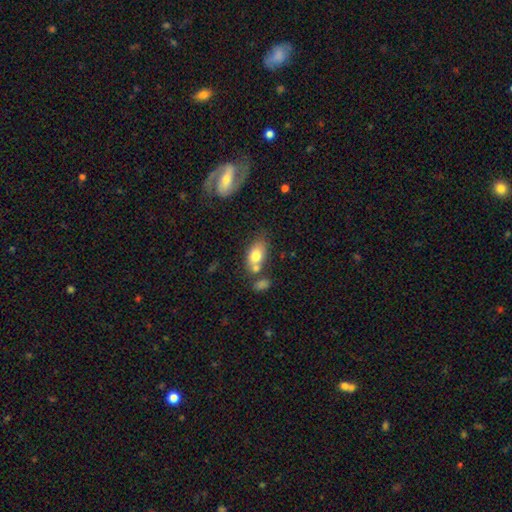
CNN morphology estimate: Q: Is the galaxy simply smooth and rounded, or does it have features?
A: smooth — 76%.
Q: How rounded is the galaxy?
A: in between — 85%.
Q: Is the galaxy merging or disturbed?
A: none — 52%.